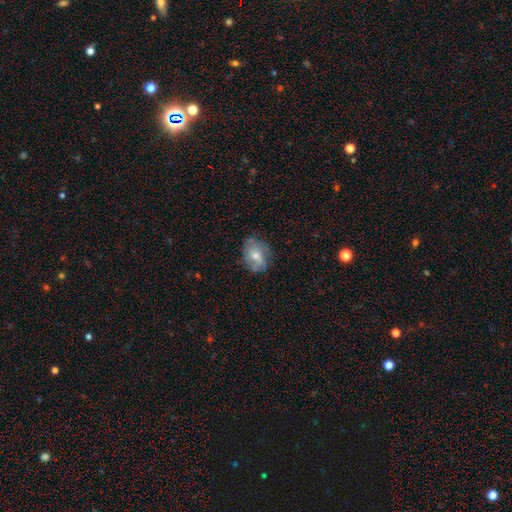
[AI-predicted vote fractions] smooth-or-featured: smooth: 57% | featured or disk: 35% | star or artifact: 8%
  how-rounded: in between: 54% | round: 45% | cigar-shaped: 1%
  merging: none: 64% | minor disturbance: 26% | major disturbance: 8% | merger: 2%